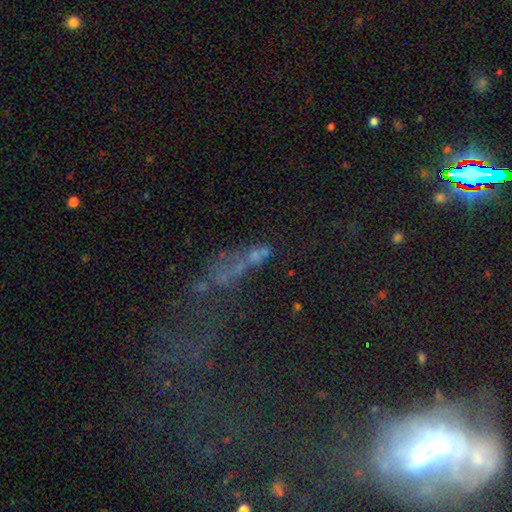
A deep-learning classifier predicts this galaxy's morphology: Smooth or featured: featured or disk — 34% (tied with star or artifact — 34%)
Merging: merger — 34% (major disturbance — 28%)